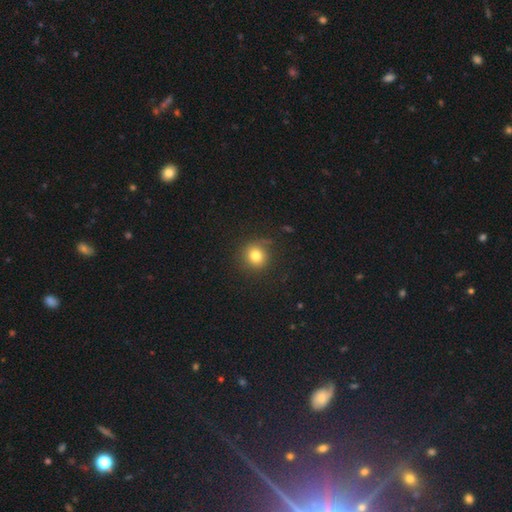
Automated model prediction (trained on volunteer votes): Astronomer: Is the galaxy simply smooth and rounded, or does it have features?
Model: smooth — 79%.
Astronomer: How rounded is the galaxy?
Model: round — 92%.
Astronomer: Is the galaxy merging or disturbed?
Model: none — 84%.